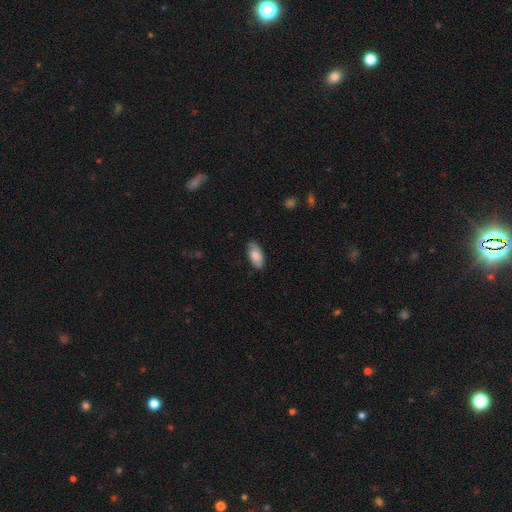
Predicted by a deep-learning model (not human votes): Smooth or featured? Predicted: smooth (p=0.70). How rounded? Predicted: in between (p=0.92). Merging? Predicted: none (p=0.77).